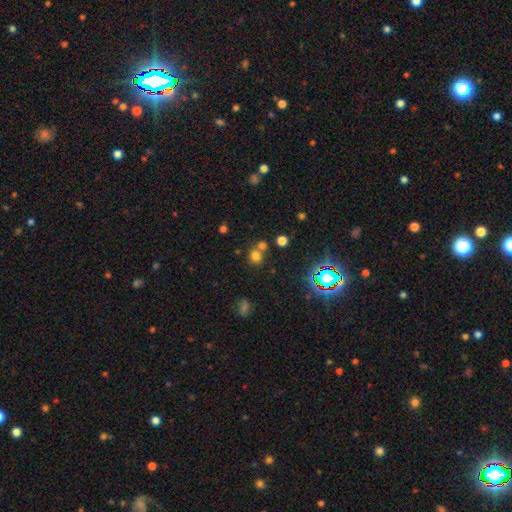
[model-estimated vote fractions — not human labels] Smooth or featured: smooth — 67% (star or artifact — 25%)
How rounded: round — 86% (in between — 13%)
Merging: none — 59% (merger — 31%)